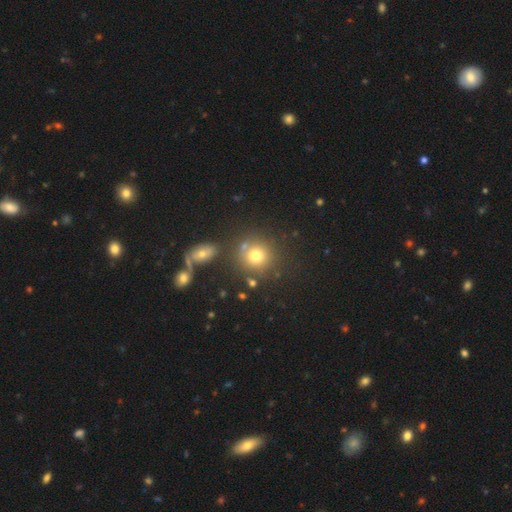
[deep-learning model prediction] Overall: smooth (75%). How rounded: round (87%). Merging: none (70%).